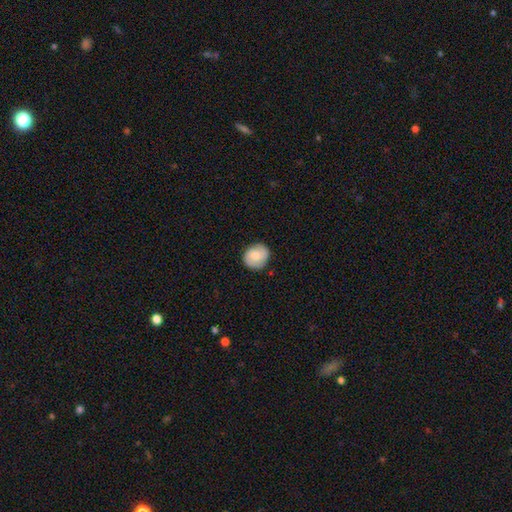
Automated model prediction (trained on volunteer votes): This is likely a smooth galaxy (65%). How rounded: clearly round (83%). Merging: clearly none (85%).